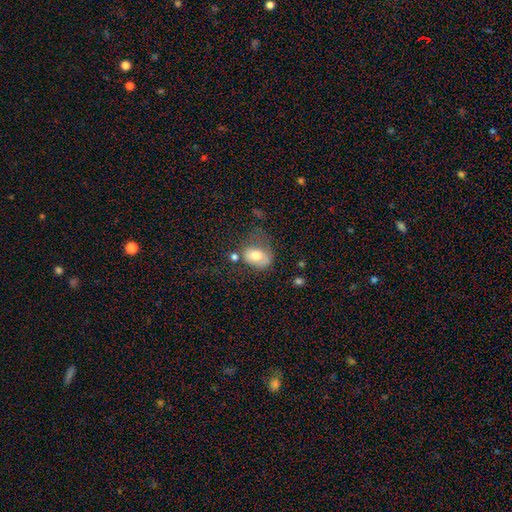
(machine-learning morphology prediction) smooth-or-featured: smooth: 70% | featured or disk: 22% | star or artifact: 8%
  how-rounded: in between: 70% | round: 29% | cigar-shaped: 1%
  merging: major disturbance: 34% | minor disturbance: 30% | none: 26% | merger: 11%